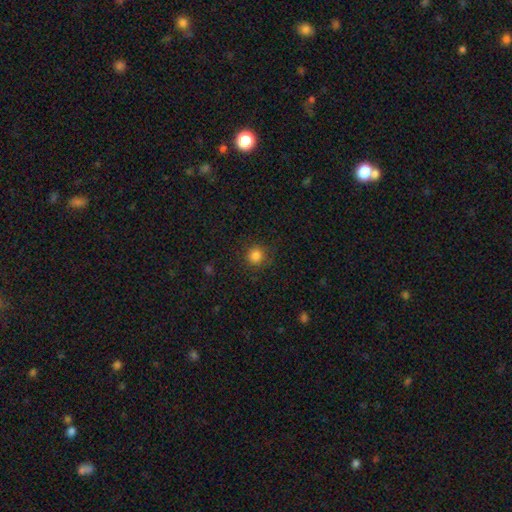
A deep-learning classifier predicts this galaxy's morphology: Smooth or featured? Predicted: smooth (p=0.84). How rounded? Predicted: round (p=0.93). Merging? Predicted: none (p=0.86).